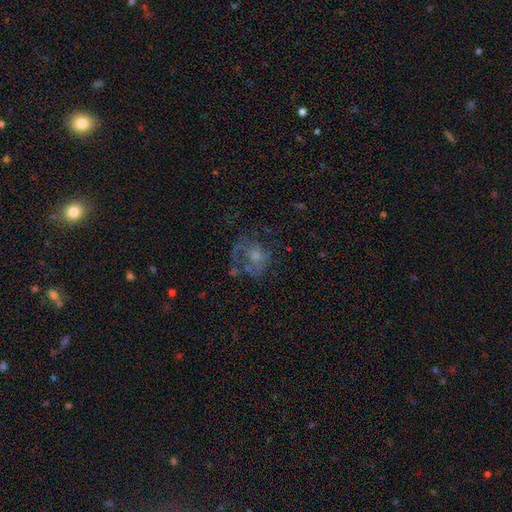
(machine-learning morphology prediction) Overall: featured or disk (53%; smooth 31%). Edge-on disk: no (97%). Bar: no (86%). Spiral arms: no (64%; yes 36%). Bulge size: moderate (41%; small 31%). Merging: none (43%; major disturbance 33%).